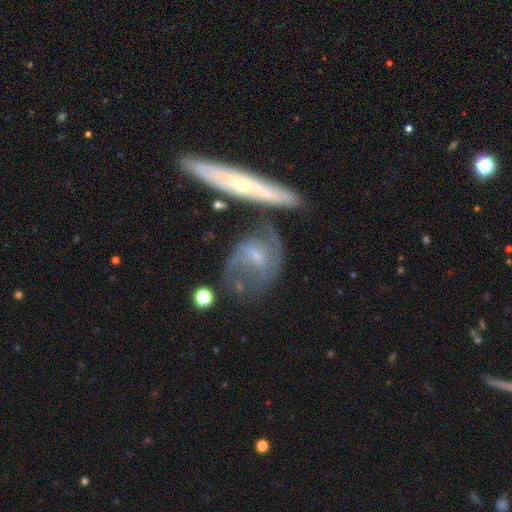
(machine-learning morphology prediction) Smooth or featured? Predicted: featured or disk (p=0.68). Edge-on disk? Predicted: no (p=0.87). Bar? Predicted: weak (p=0.48). Spiral arms? Predicted: yes (p=0.78). Bulge size? Predicted: small (p=0.50). Merging? Predicted: none (p=0.46).